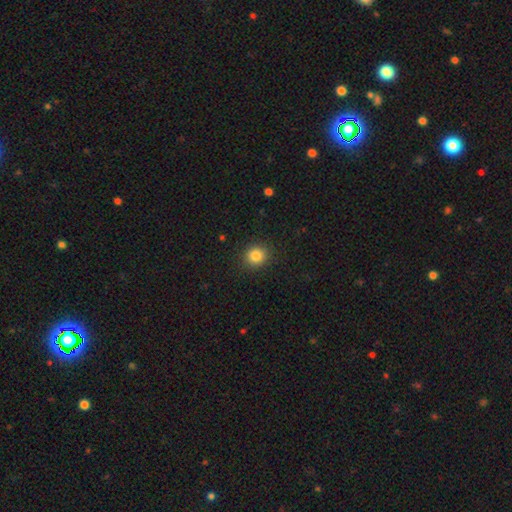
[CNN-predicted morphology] Smooth or featured?
  - smooth: 84% *
  - star or artifact: 11%
  - featured or disk: 5%
How rounded?
  - round: 85% *
  - in between: 14%
  - cigar-shaped: 1%
Merging?
  - none: 90% *
  - minor disturbance: 6%
  - major disturbance: 2%
  - merger: 1%